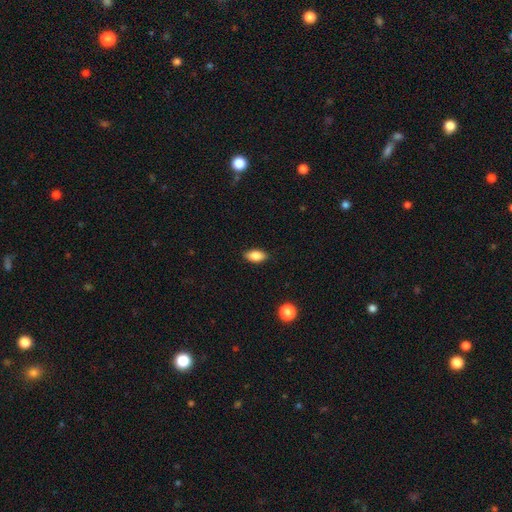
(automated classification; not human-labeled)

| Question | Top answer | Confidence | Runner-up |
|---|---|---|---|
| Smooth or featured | smooth | 82% | featured or disk (10%) |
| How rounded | in between | 89% | cigar-shaped (7%) |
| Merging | none | 88% | minor disturbance (9%) |